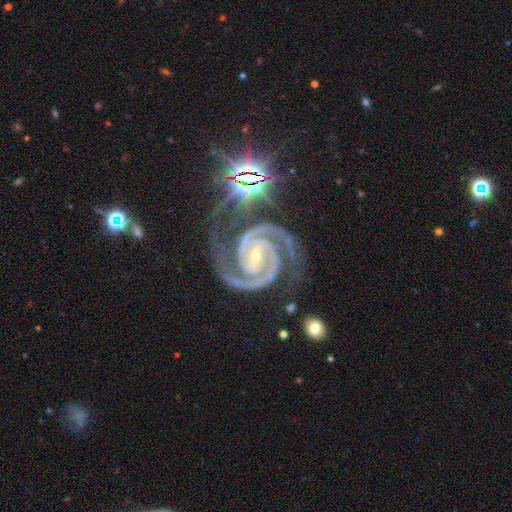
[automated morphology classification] A featured or disk galaxy (93%) with a strong bar (54%), 2 (83%) tight (65%) spiral arms (99%) and a small central bulge (71%).

Vote fractions:
- Smooth or featured? featured or disk: 93% / star or artifact: 5% / smooth: 2%
- Edge-on disk? no: 98% / yes: 2%
- Bar? strong: 54% / weak: 32% / no: 14%
- Spiral arms? yes: 99% / no: 1%
- Spiral winding? tight: 65% / medium: 32% / loose: 3%
- Spiral arm count? 2: 83% / 3: 9% / can't tell: 2% / 4: 2% / 1: 2% / more than 4: 2%
- Bulge size? small: 71% / moderate: 26% / none: 1% / large: 1% / dominant: 1%
- Merging? none: 72% / minor disturbance: 17% / major disturbance: 7% / merger: 4%